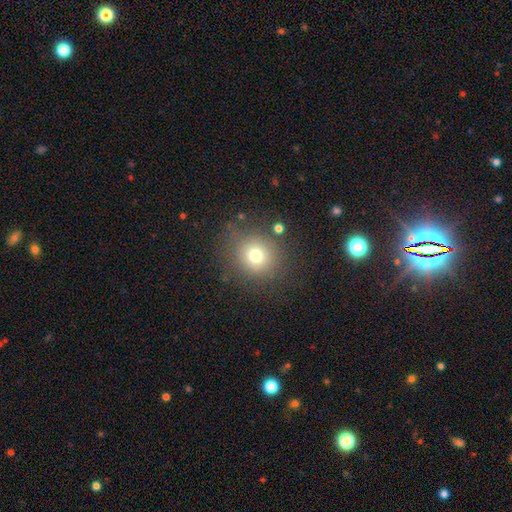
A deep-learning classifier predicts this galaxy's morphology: Smooth or featured?
  - smooth: 73% *
  - star or artifact: 15%
  - featured or disk: 11%
How rounded?
  - round: 87% *
  - in between: 12%
  - cigar-shaped: 1%
Merging?
  - none: 80% *
  - minor disturbance: 11%
  - major disturbance: 6%
  - merger: 3%